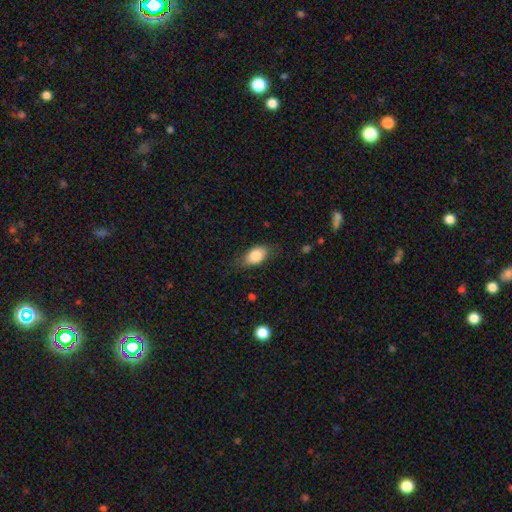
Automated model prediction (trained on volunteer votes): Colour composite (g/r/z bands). It shows a smooth galaxy with no disk features (82%) that is in between round and cigar-shaped (88%). Merging: none (73%).